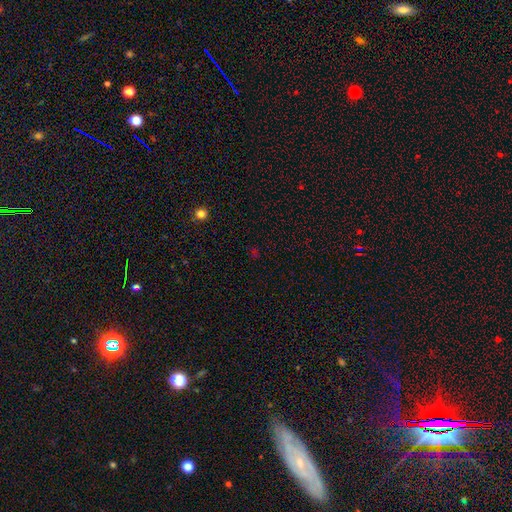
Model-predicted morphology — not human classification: The model was most divided on "smooth or featured": star or artifact: 60%, smooth: 33%, featured or disk: 7%.